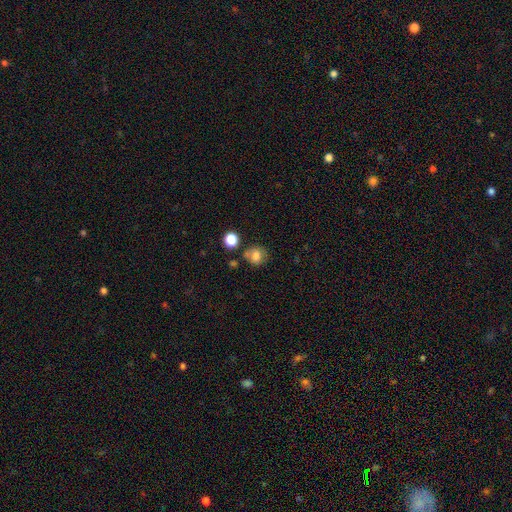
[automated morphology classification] Smooth or featured: smooth — 77% (star or artifact — 12%)
How rounded: round — 80% (in between — 19%)
Merging: none — 67% (minor disturbance — 15%)